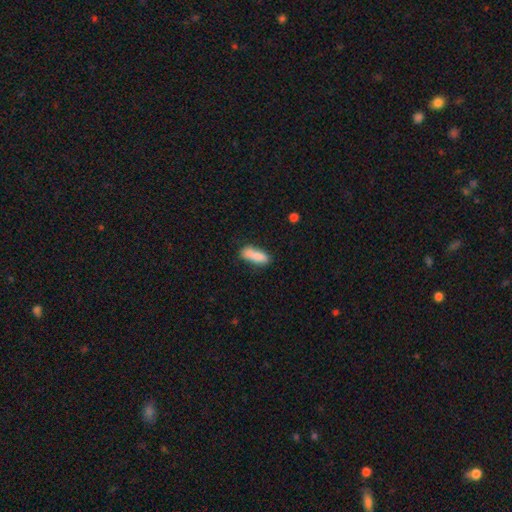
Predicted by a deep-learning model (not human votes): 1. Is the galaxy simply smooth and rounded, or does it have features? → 83% smooth, 10% featured or disk, 7% star or artifact.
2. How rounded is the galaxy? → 57% in between, 41% cigar-shaped, 2% round.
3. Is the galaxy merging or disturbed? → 61% none, 22% minor disturbance, 12% merger, 6% major disturbance.